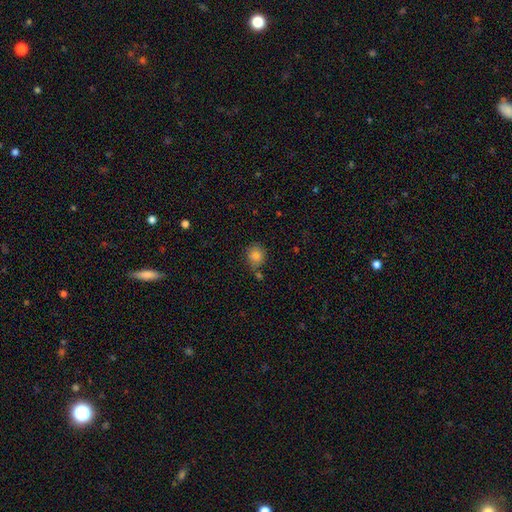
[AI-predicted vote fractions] Morphology: type=smooth (82%); roundness=round (75%); merging=none (69%).